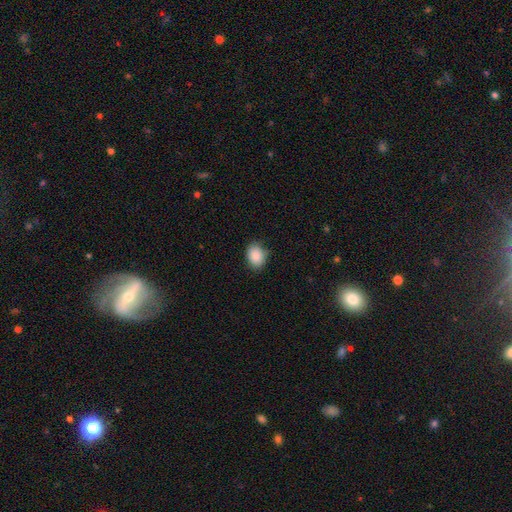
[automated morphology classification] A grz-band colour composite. It shows a smooth galaxy with no disk features (89%) that is in between round and cigar-shaped (71%). Merging: none (82%).